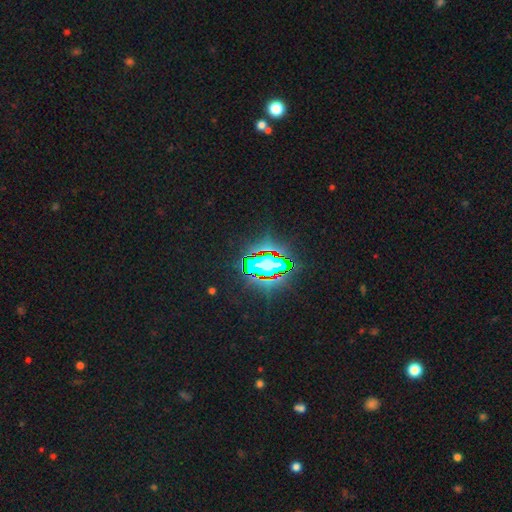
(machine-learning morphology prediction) Smooth or featured: star or artifact — 71% (smooth — 16%)